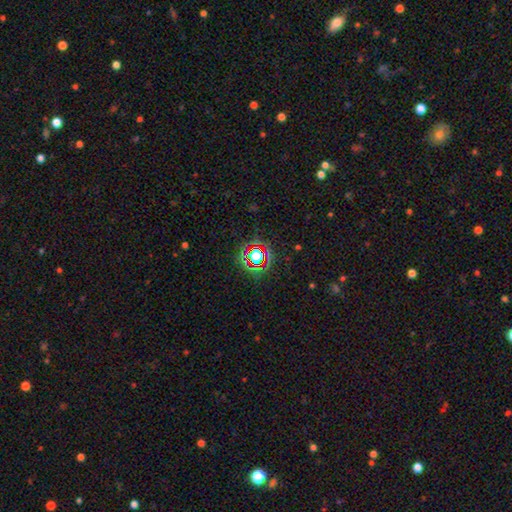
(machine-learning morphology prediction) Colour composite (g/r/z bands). It shows a star or artifact, not a galaxy (63%).